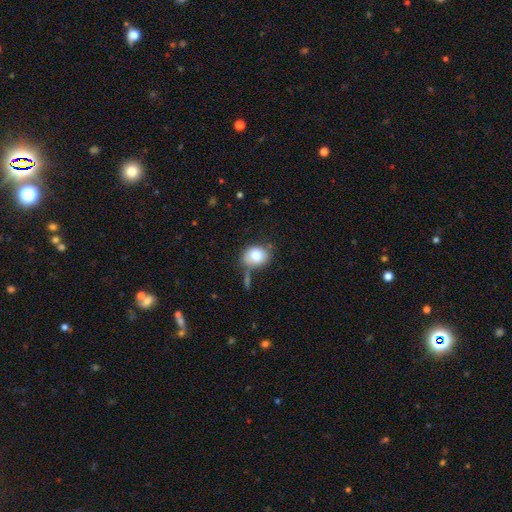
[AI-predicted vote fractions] Smooth or featured? smooth (79%)
How rounded? round (50%)
Merging? none (58%)